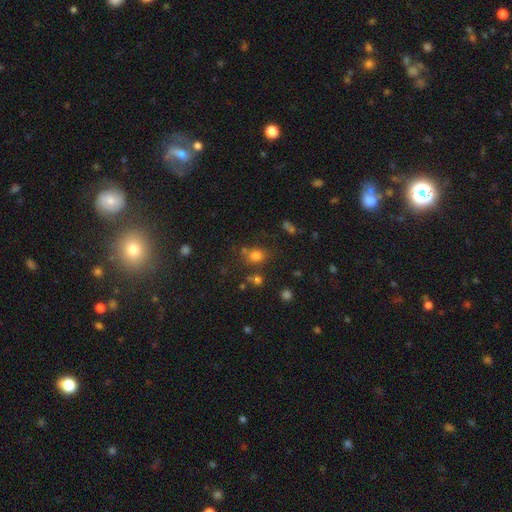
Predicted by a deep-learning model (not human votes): Morphology: type=smooth (75%); roundness=round (64%); merging=none (67%).